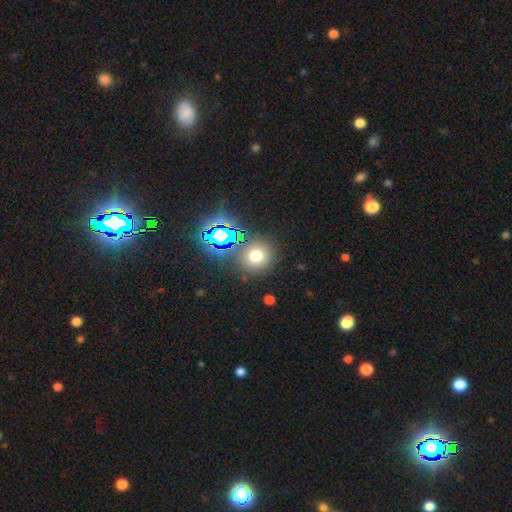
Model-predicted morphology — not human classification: The model was most divided on "smooth or featured": smooth: 67%, star or artifact: 24%, featured or disk: 9%. More confident: how rounded — round (88%); merging — none (82%).